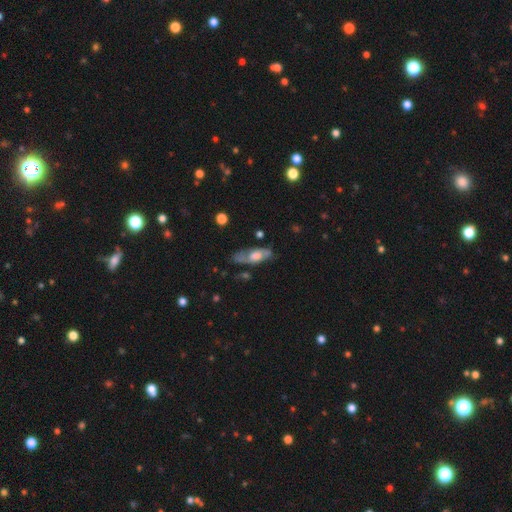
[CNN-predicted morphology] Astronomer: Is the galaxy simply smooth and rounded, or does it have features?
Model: featured or disk — 53% (runner-up: smooth, 39%).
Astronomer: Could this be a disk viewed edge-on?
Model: no — 61% (runner-up: yes, 39%).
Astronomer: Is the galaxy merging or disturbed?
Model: none — 60%.